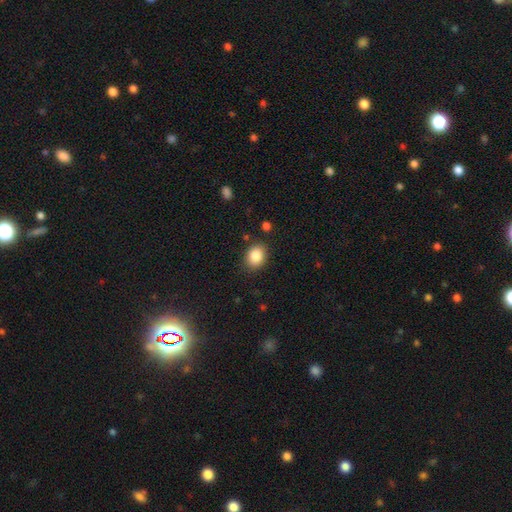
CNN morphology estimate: smooth 87%, star or artifact 9%, featured or disk 5%. Down the decision tree: how rounded — in between (52%); merging — none (84%).